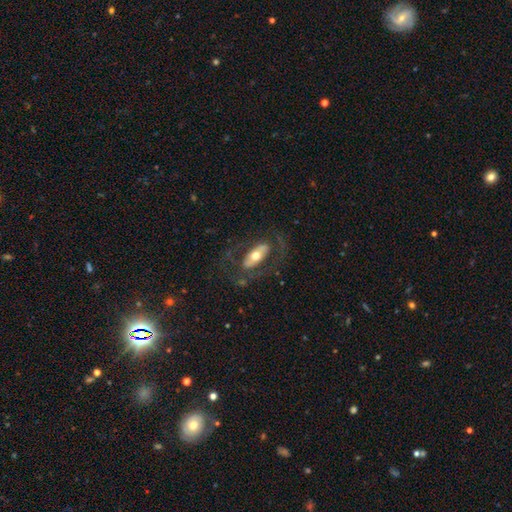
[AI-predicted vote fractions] smooth_or_featured: featured or disk (p=0.58) [alt: smooth p=0.36]
disk_edge_on: no (p=0.84) [alt: yes p=0.16]
merging: none (p=0.68) [alt: major disturbance p=0.16]